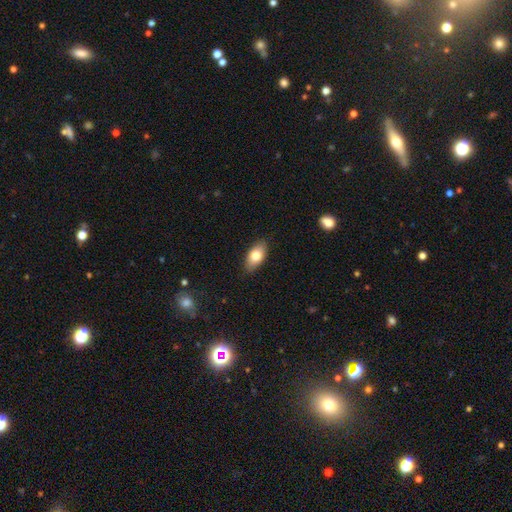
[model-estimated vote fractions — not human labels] smooth 79%, featured or disk 14%, star or artifact 7%. Down the decision tree: how rounded — in between (90%); merging — none (86%).